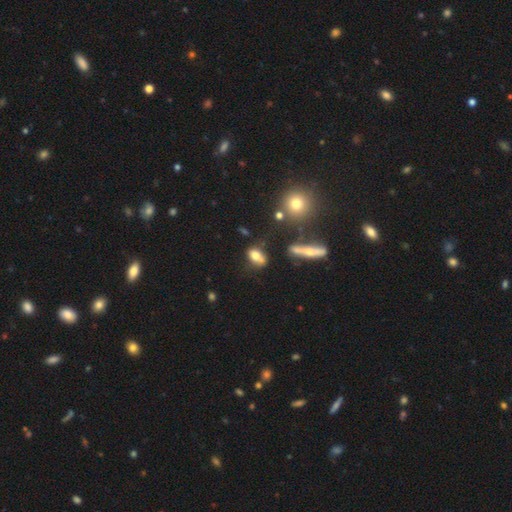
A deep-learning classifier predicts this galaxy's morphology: A smooth galaxy with no disk features (71%) that is in between round and cigar-shaped (79%).

Vote fractions:
- Smooth or featured? smooth: 71% / featured or disk: 18% / star or artifact: 11%
- How rounded? in between: 79% / round: 16% / cigar-shaped: 5%
- Merging? none: 48% / minor disturbance: 26% / merger: 15% / major disturbance: 11%